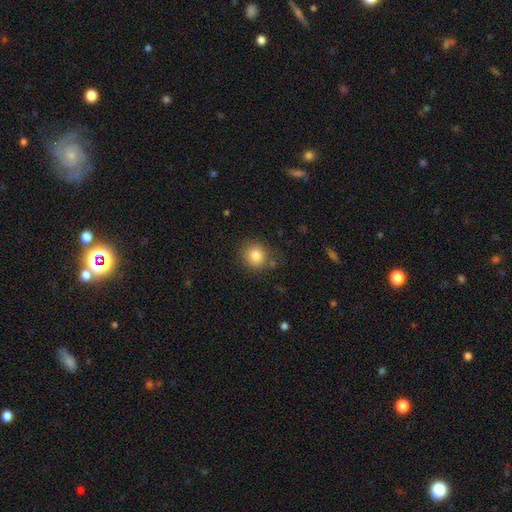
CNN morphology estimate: This appears to be a smooth galaxy with no disk features (84%) that is round (83%). Merging: none (80%).